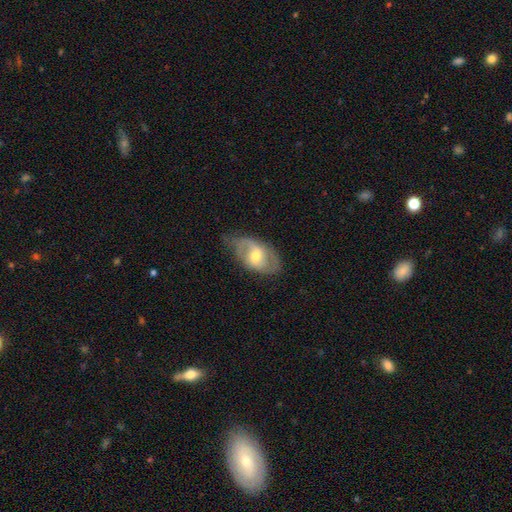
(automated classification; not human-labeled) Smooth or featured? featured or disk (67%)
Edge-on disk? no (92%)
Bar? weak (44%)
Spiral arms? yes (72%)
Bulge size? moderate (68%)
Merging? none (65%)